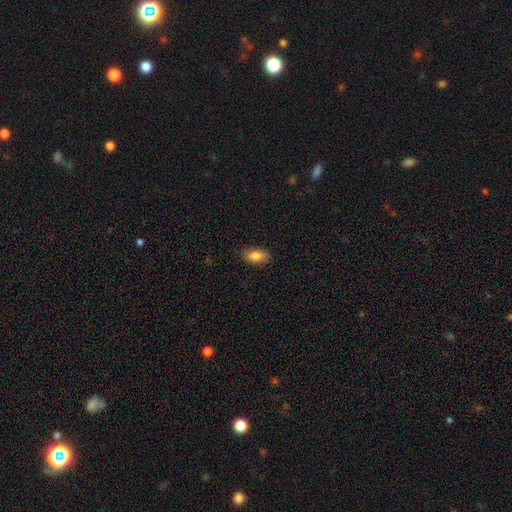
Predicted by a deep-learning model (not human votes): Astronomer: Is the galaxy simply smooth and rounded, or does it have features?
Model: smooth — 84%.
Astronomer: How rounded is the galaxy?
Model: in between — 91%.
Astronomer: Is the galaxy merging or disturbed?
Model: none — 87%.